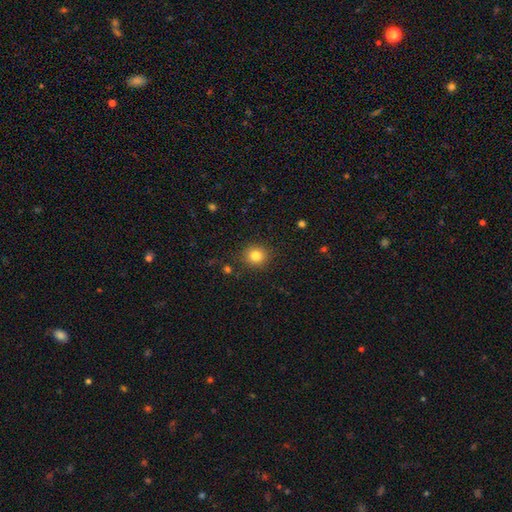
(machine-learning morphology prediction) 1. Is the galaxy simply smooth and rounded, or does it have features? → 83% smooth, 12% star or artifact, 6% featured or disk.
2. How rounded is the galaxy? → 86% round, 13% in between, 1% cigar-shaped.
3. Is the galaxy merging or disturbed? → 89% none, 7% minor disturbance, 2% major disturbance, 1% merger.